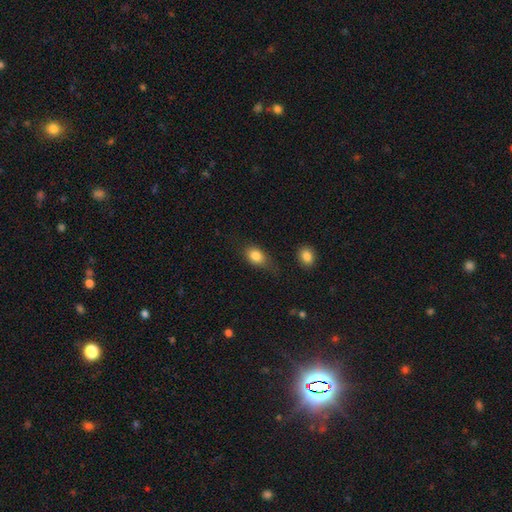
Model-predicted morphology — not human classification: A smooth galaxy with no disk features (83%) that is in between round and cigar-shaped (73%).

Vote fractions:
- Smooth or featured? smooth: 83% / star or artifact: 8% / featured or disk: 8%
- How rounded? in between: 73% / round: 24% / cigar-shaped: 3%
- Merging? none: 60% / minor disturbance: 26% / major disturbance: 10% / merger: 4%